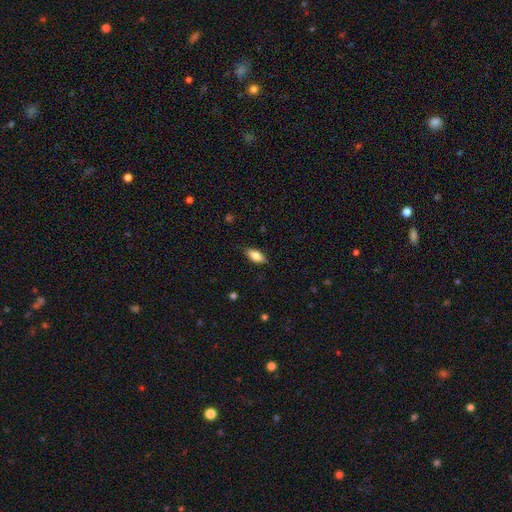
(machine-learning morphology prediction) This is clearly a smooth galaxy (82%). How rounded: clearly in between (88%). Merging: clearly none (84%).